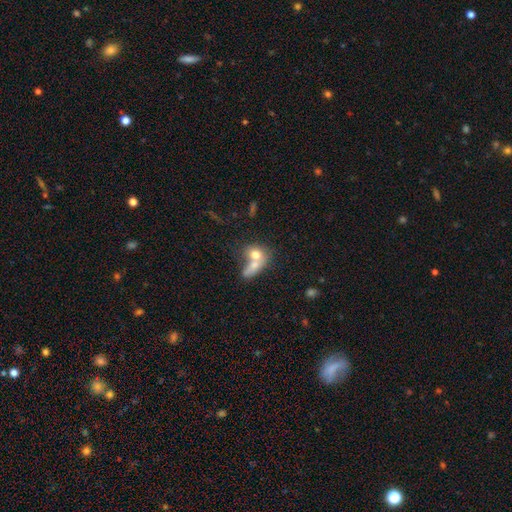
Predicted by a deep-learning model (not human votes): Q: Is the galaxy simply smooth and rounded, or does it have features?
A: smooth — 70%.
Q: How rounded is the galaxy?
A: in between — 54%.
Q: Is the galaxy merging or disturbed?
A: merger — 63%.